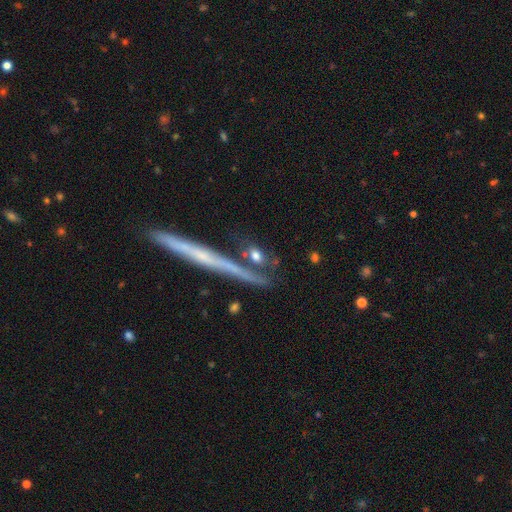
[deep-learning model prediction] This is likely a smooth galaxy (66%). How rounded: marginally in between (41%). Merging: likely none (61%).